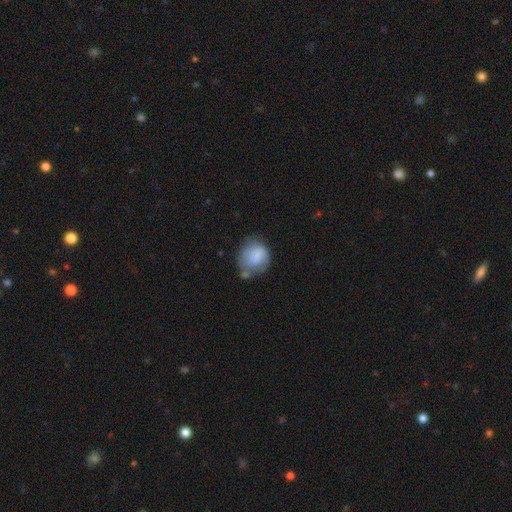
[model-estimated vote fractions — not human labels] Smooth or featured? smooth (69%)
How rounded? round (65%)
Merging? none (39%)